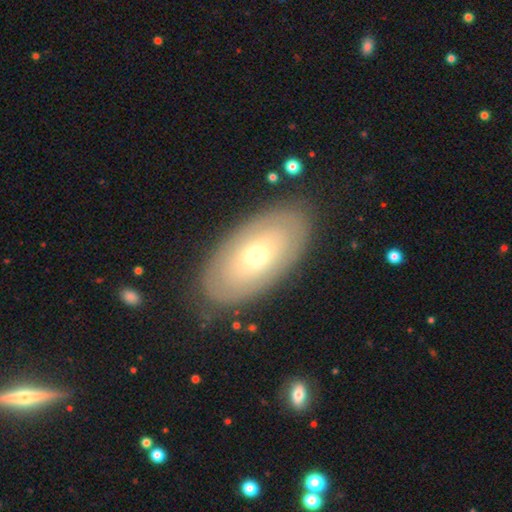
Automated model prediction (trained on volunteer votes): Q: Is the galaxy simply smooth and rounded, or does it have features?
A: smooth — 47%, tied with featured or disk.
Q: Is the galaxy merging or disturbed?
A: none — 83%.